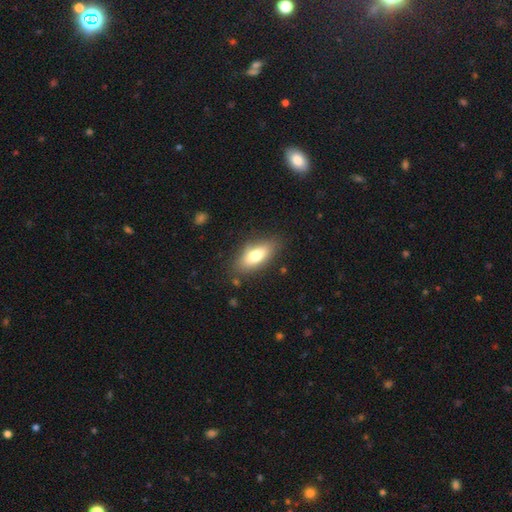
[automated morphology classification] This is likely a smooth galaxy (74%). How rounded: likely in between (79%). Merging: clearly none (81%).